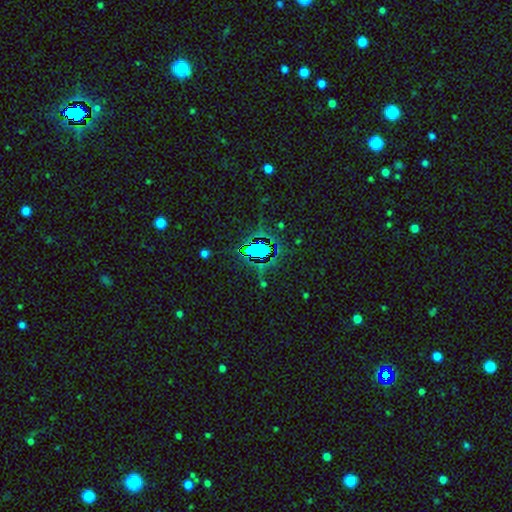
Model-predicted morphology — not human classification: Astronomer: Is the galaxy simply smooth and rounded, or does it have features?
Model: star or artifact — 69%.